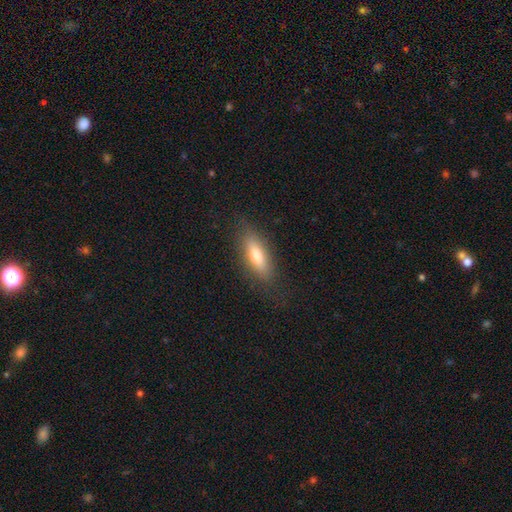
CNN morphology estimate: smooth-or-featured: smooth: 69% | featured or disk: 24% | star or artifact: 7%
  how-rounded: in between: 61% | cigar-shaped: 36% | round: 3%
  merging: none: 82% | minor disturbance: 13% | major disturbance: 4% | merger: 1%